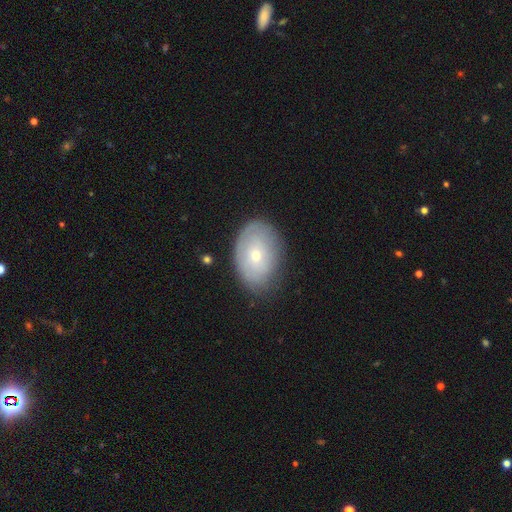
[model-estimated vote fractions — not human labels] This appears to be a smooth galaxy with no disk features (53%) that is in between round and cigar-shaped (82%). Merging: none (75%).